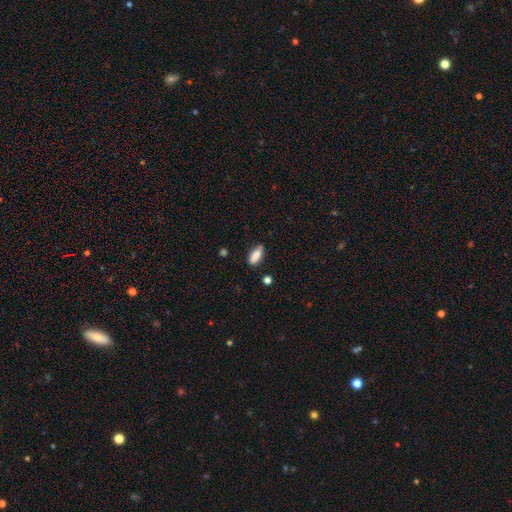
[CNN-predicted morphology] smooth_or_featured: smooth (p=0.83) [alt: featured or disk p=0.10]
how_rounded: in between (p=0.75) [alt: cigar-shaped p=0.22]
merging: none (p=0.73) [alt: minor disturbance p=0.20]